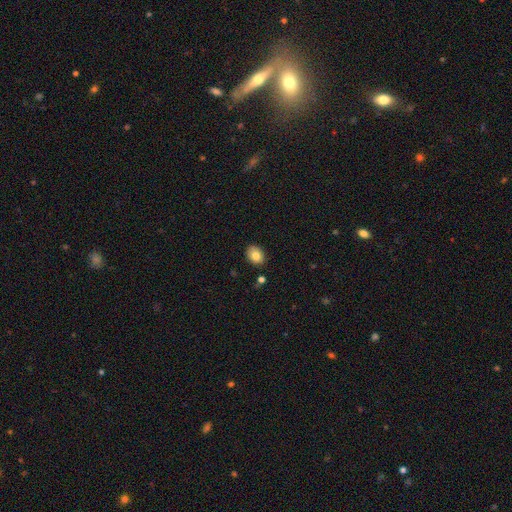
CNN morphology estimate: A smooth galaxy with no disk features (81%) that is in between round and cigar-shaped (66%).

Vote fractions:
- Smooth or featured? smooth: 81% / featured or disk: 10% / star or artifact: 8%
- How rounded? in between: 66% / round: 33% / cigar-shaped: 1%
- Merging? none: 86% / minor disturbance: 10% / merger: 2% / major disturbance: 2%